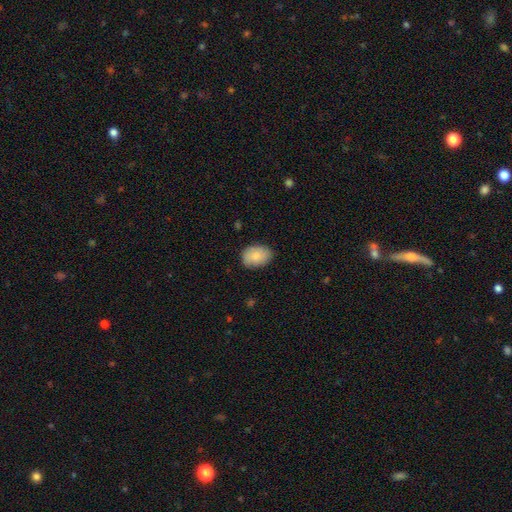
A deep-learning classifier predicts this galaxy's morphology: smooth 85%, featured or disk 9%, star or artifact 6%. Down the decision tree: how rounded — in between (78%); merging — none (82%).